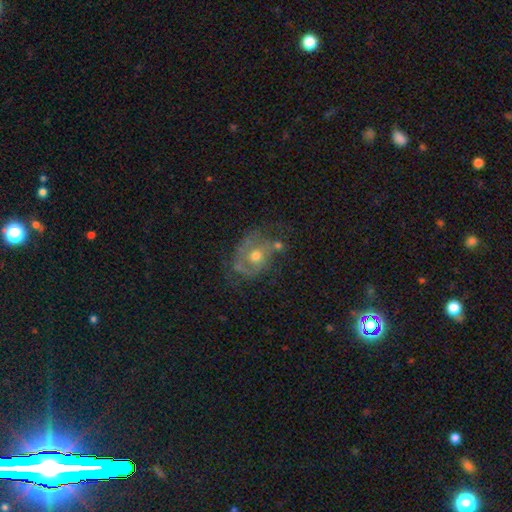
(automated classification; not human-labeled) Smooth or featured? Predicted: featured or disk (p=0.65). Edge-on disk? Predicted: no (p=0.96). Bar? Predicted: no (p=0.81). Spiral arms? Predicted: yes (p=0.61). Bulge size? Predicted: moderate (p=0.71). Merging? Predicted: none (p=0.44).